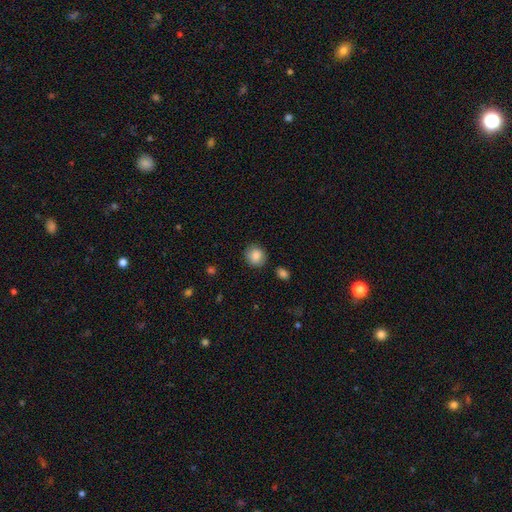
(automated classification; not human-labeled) Q: Smooth or featured?
A: smooth (86%); runner-up: star or artifact (8%)
Q: How rounded?
A: round (83%); runner-up: in between (16%)
Q: Merging?
A: none (86%); runner-up: minor disturbance (9%)